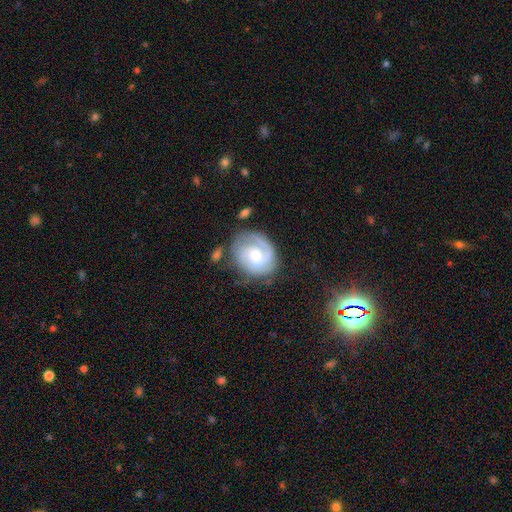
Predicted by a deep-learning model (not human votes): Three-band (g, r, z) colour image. It shows a featured or disk galaxy (78%) with no bar (59%), 2 (46%) tight (60%) spiral arms (93%) and a moderate central bulge (54%). Merging: none (67%).